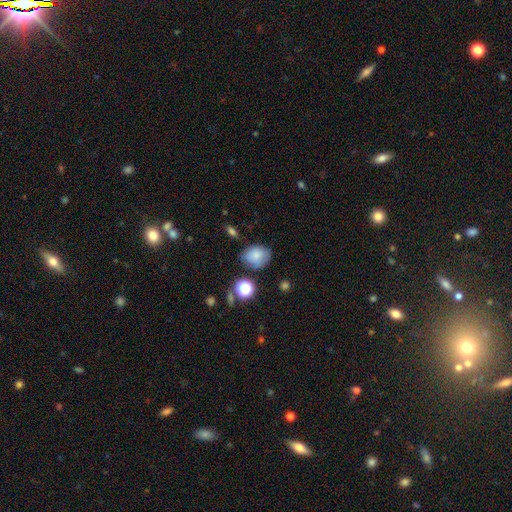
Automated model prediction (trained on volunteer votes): A smooth galaxy with no disk features (79%) that is in between round and cigar-shaped (59%).

Vote fractions:
- Smooth or featured? smooth: 79% / featured or disk: 11% / star or artifact: 11%
- How rounded? in between: 59% / round: 40% / cigar-shaped: 1%
- Merging? none: 66% / minor disturbance: 24% / major disturbance: 6% / merger: 4%